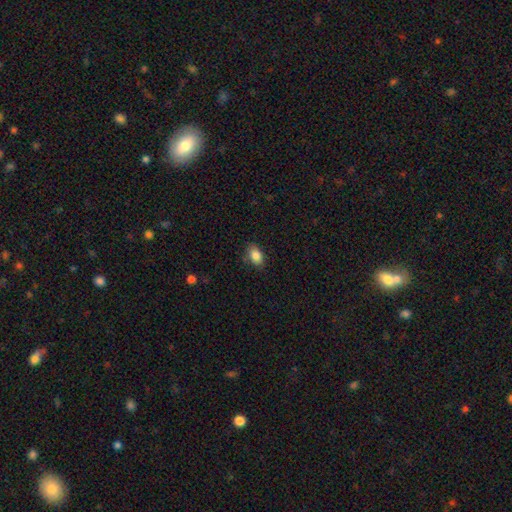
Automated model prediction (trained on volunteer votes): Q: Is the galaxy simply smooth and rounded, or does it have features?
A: smooth — 85%.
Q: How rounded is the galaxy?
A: in between — 86%.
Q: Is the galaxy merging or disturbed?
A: none — 81%.